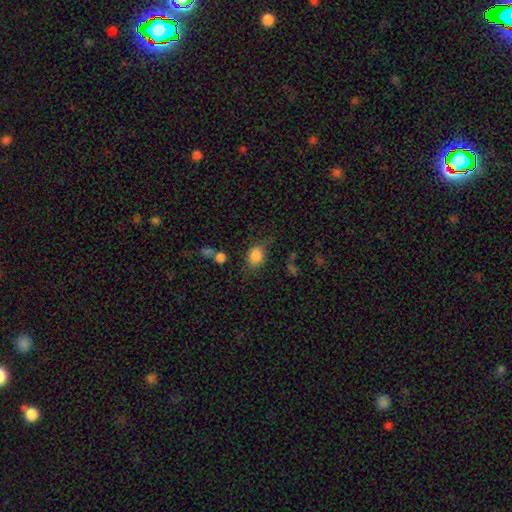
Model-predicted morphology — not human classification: Smooth or featured? smooth (84%)
How rounded? in between (61%)
Merging? none (64%)